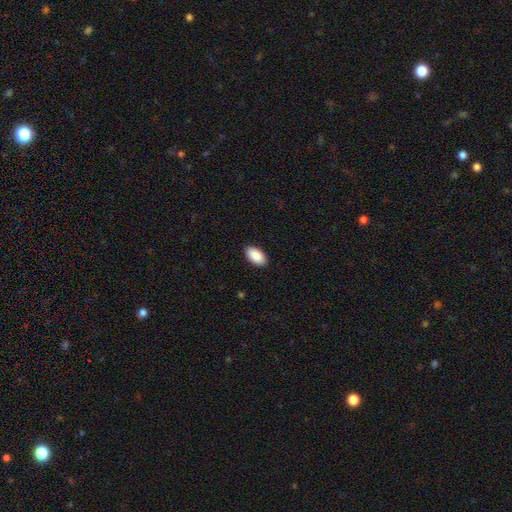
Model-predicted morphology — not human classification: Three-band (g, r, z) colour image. It shows a smooth galaxy with no disk features (91%) that is in between round and cigar-shaped (95%). Merging: none (89%).